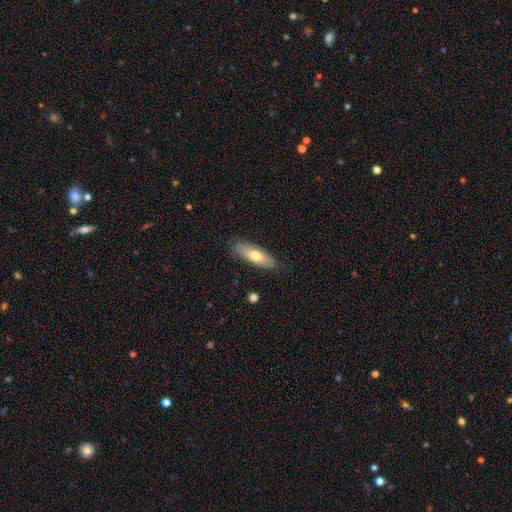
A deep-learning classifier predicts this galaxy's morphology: Smooth or featured?
  - smooth: 68% *
  - featured or disk: 25%
  - star or artifact: 6%
How rounded?
  - in between: 65% *
  - cigar-shaped: 32%
  - round: 2%
Merging?
  - none: 82% *
  - minor disturbance: 13%
  - major disturbance: 3%
  - merger: 1%